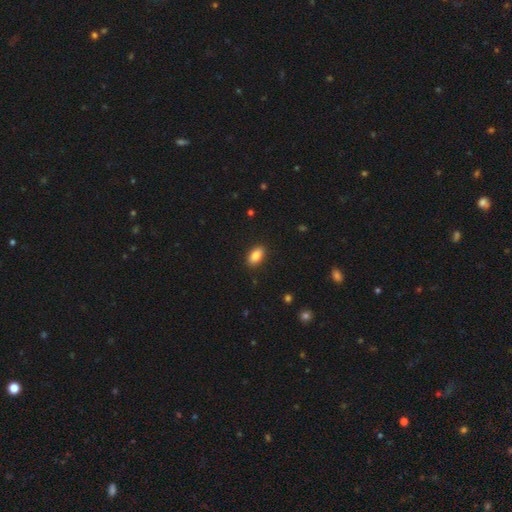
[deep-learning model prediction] smooth 86%, star or artifact 8%, featured or disk 6%. Down the decision tree: how rounded — in between (91%); merging — none (89%).